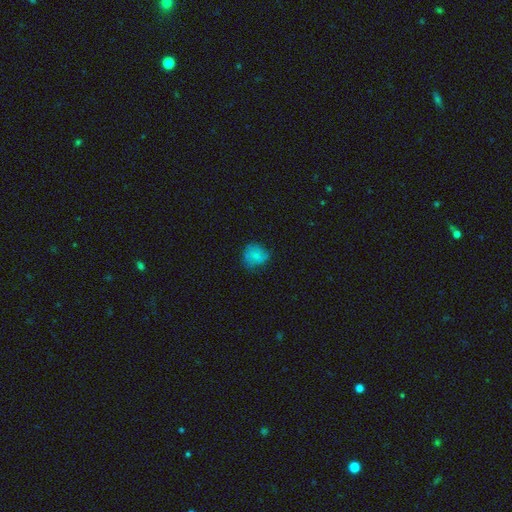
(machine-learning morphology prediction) smooth-or-featured: smooth: 70% | featured or disk: 19% | star or artifact: 10%
  how-rounded: round: 73% | in between: 26% | cigar-shaped: 1%
  merging: none: 58% | minor disturbance: 29% | major disturbance: 12% | merger: 1%